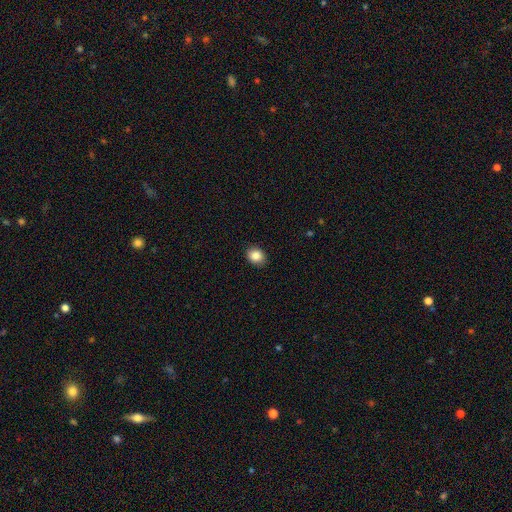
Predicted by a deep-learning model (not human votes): smooth_or_featured: smooth (p=0.85) [alt: star or artifact p=0.09]
how_rounded: round (p=0.56) [alt: in between p=0.43]
merging: none (p=0.89) [alt: minor disturbance p=0.09]